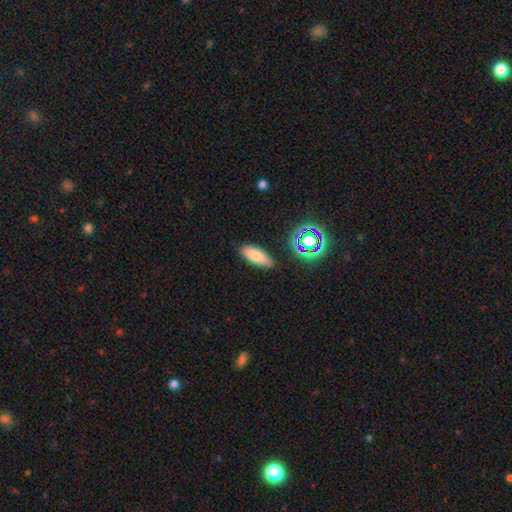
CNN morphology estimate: smooth-or-featured: smooth: 79% | star or artifact: 12% | featured or disk: 10%
  how-rounded: in between: 74% | cigar-shaped: 24% | round: 3%
  merging: none: 85% | minor disturbance: 11% | major disturbance: 3% | merger: 2%